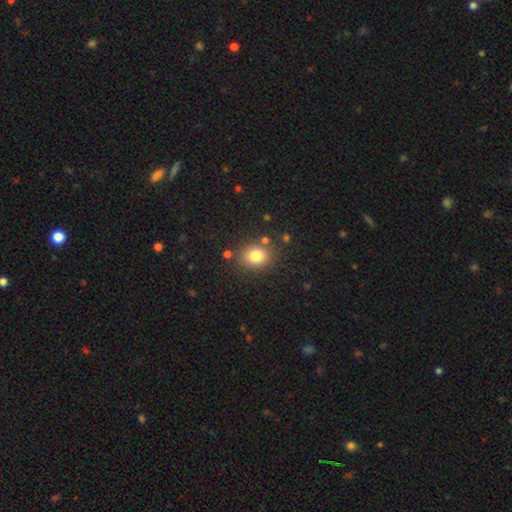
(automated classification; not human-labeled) smooth 80%, star or artifact 12%, featured or disk 8%. Down the decision tree: how rounded — round (61%); merging — none (82%).